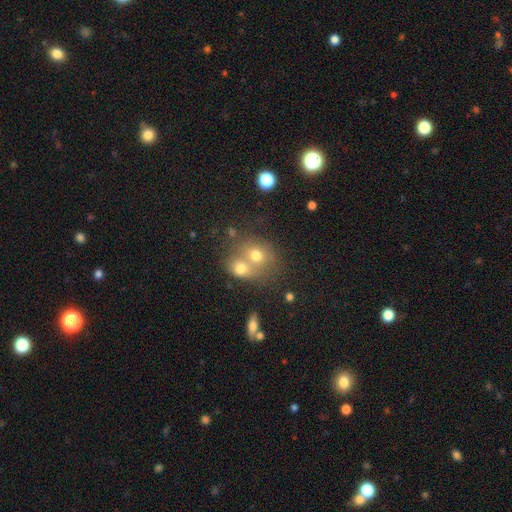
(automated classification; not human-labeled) A smooth galaxy with no disk features (62%) that is round (70%).

Vote fractions:
- Smooth or featured? smooth: 62% / featured or disk: 20% / star or artifact: 18%
- How rounded? round: 70% / in between: 29% / cigar-shaped: 1%
- Merging? merger: 58% / none: 32% / minor disturbance: 7% / major disturbance: 4%